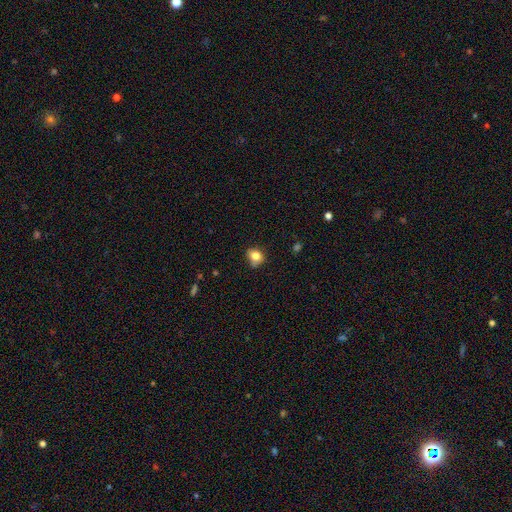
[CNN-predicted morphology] type=smooth (80%); roundness=round (62%); merging=none (56%).